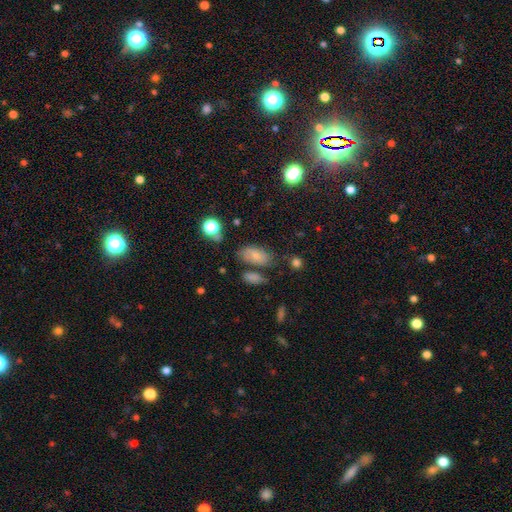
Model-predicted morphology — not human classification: smooth-or-featured: smooth: 68% | featured or disk: 20% | star or artifact: 12%
  how-rounded: in between: 89% | round: 6% | cigar-shaped: 4%
  merging: none: 56% | minor disturbance: 23% | merger: 11% | major disturbance: 10%